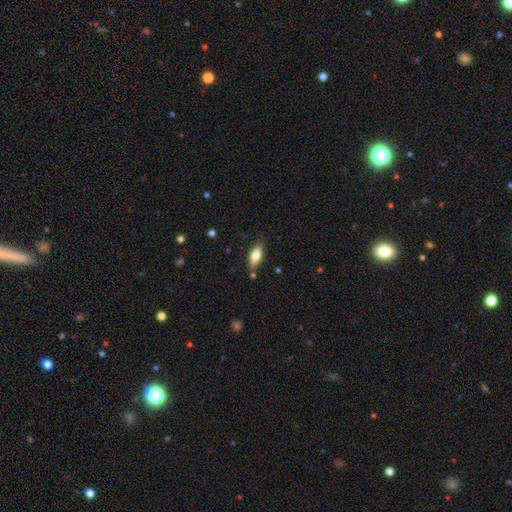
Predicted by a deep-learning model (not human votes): This appears to be a smooth galaxy with no disk features (64%) that is in between round and cigar-shaped (68%). Merging: none (79%).